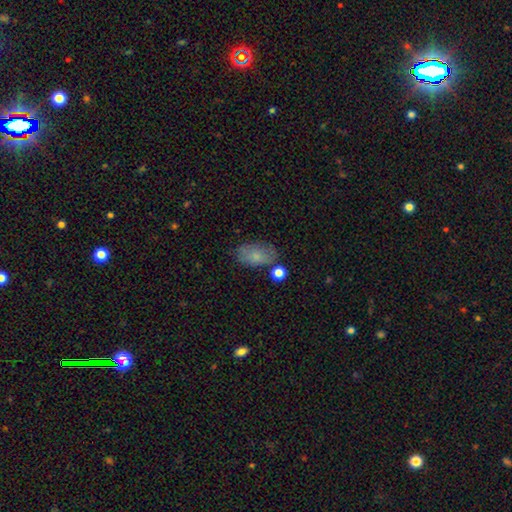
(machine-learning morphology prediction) Smooth or featured: smooth — 77% (featured or disk — 14%)
How rounded: in between — 90% (round — 8%)
Merging: none — 65% (minor disturbance — 21%)